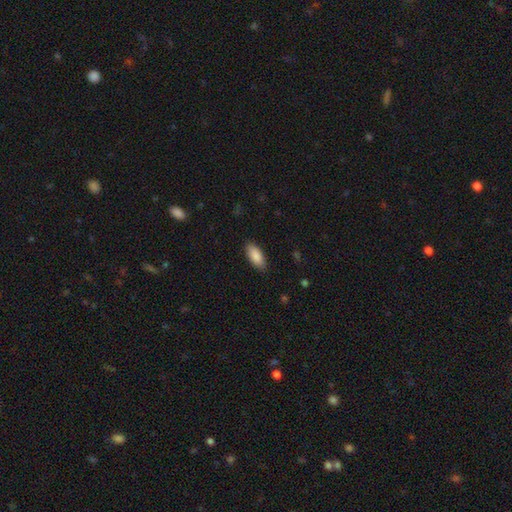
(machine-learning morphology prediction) Smooth or featured? Predicted: smooth (p=0.89). How rounded? Predicted: in between (p=0.87). Merging? Predicted: none (p=0.87).